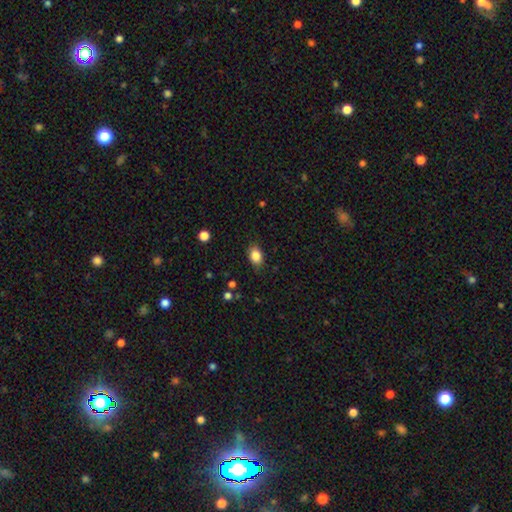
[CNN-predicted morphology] A smooth galaxy with no disk features (85%) that is in between round and cigar-shaped (79%). Merging: none (85%).